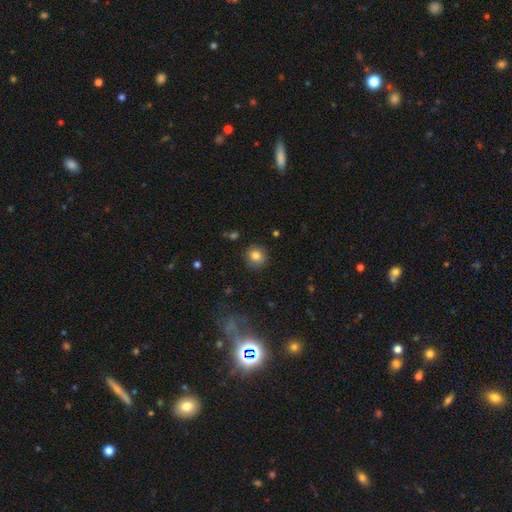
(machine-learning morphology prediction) A smooth galaxy with no disk features (83%) that is round (85%). Merging: none (88%).